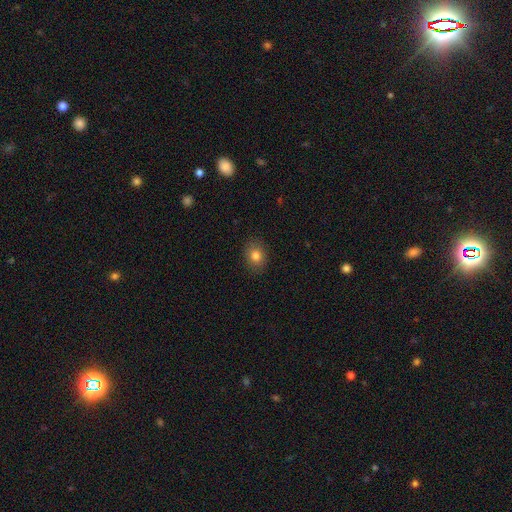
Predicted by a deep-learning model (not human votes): Morphology: type=smooth (80%); roundness=in between (50%); merging=none (88%).